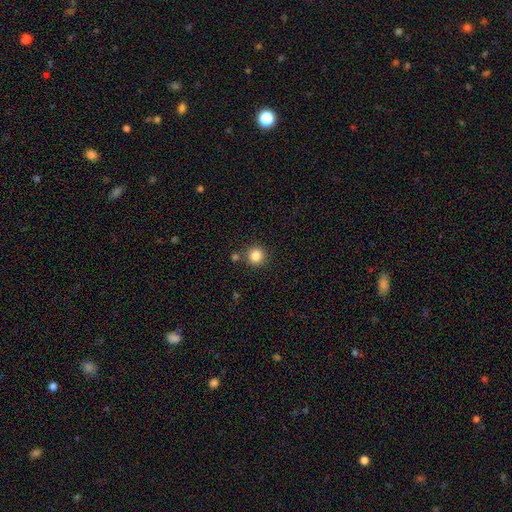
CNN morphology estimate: Smooth or featured?
  - smooth: 85% *
  - star or artifact: 11%
  - featured or disk: 4%
How rounded?
  - round: 93% *
  - in between: 6%
  - cigar-shaped: 1%
Merging?
  - none: 83% *
  - minor disturbance: 8%
  - merger: 7%
  - major disturbance: 2%